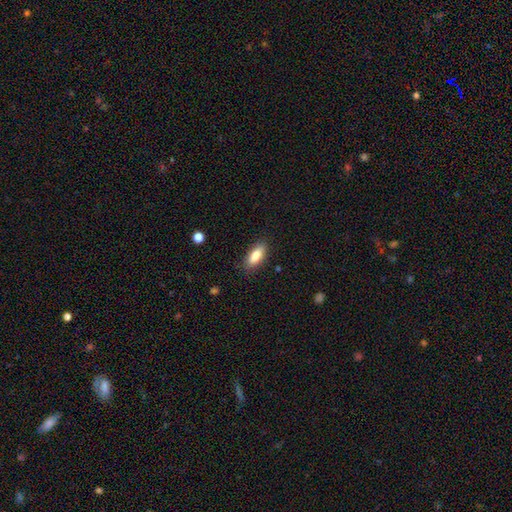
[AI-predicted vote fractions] Smooth or featured? smooth (84%)
How rounded? in between (78%)
Merging? none (86%)